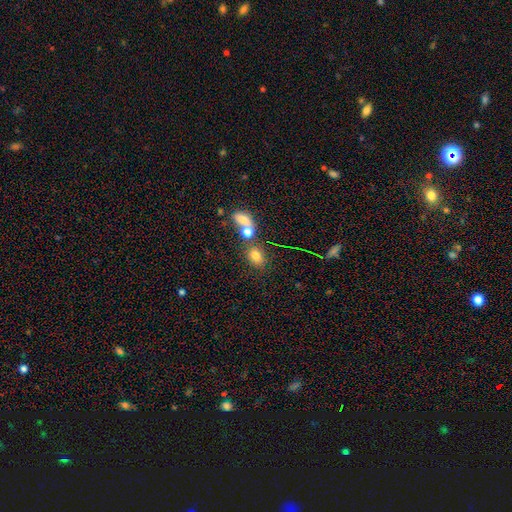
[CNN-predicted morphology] This appears to be a smooth galaxy with no disk features (76%) that is in between round and cigar-shaped (64%). Merging: none (59%).